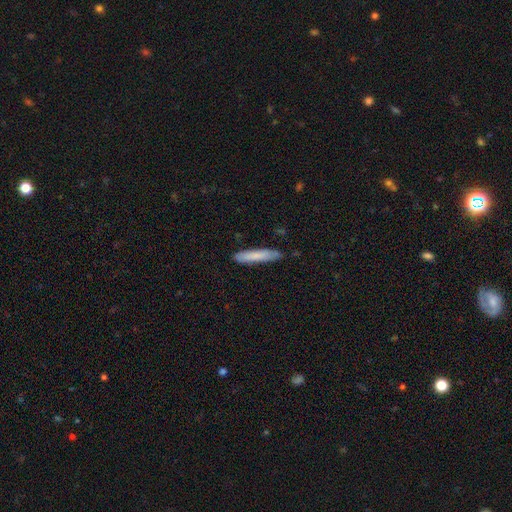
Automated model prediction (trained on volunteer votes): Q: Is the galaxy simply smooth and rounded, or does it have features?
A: smooth — 76%.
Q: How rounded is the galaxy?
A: cigar-shaped — 90%.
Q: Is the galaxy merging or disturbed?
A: none — 82%.